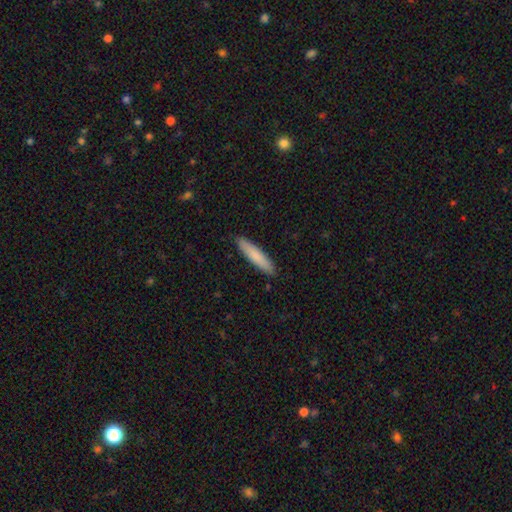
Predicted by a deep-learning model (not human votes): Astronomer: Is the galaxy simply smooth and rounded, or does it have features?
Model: smooth — 82%.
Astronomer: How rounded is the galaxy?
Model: cigar-shaped — 87%.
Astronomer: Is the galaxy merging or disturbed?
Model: none — 90%.